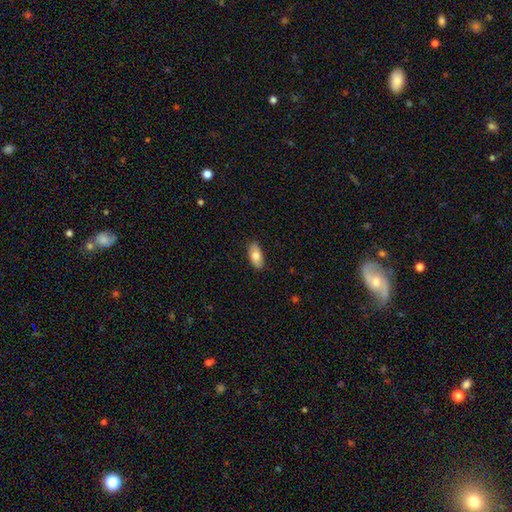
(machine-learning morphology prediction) Smooth or featured?
  - smooth: 79% *
  - featured or disk: 15%
  - star or artifact: 6%
How rounded?
  - in between: 89% *
  - cigar-shaped: 8%
  - round: 3%
Merging?
  - none: 85% *
  - minor disturbance: 12%
  - major disturbance: 2%
  - merger: 1%